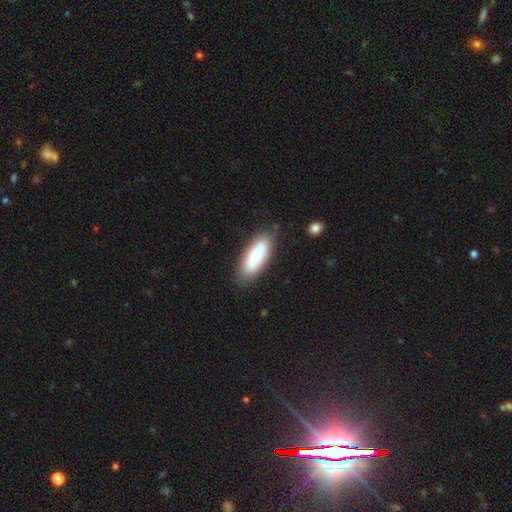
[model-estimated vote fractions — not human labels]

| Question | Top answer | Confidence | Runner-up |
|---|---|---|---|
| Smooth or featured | smooth | 72% | featured or disk (22%) |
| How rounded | in between | 74% | cigar-shaped (24%) |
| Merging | none | 78% | minor disturbance (15%) |